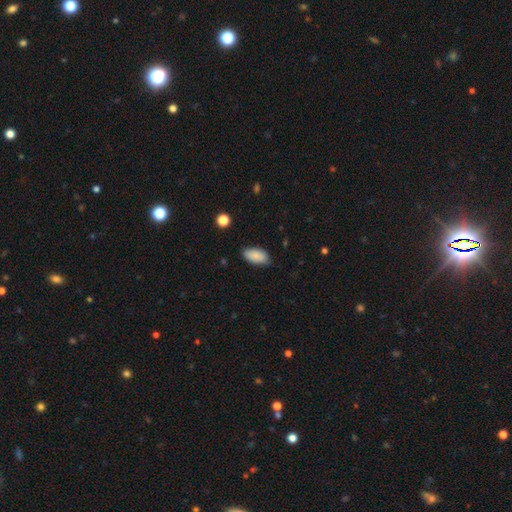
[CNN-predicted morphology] Smooth or featured: smooth — 88% (star or artifact — 7%)
How rounded: in between — 94% (cigar-shaped — 3%)
Merging: none — 79% (minor disturbance — 17%)